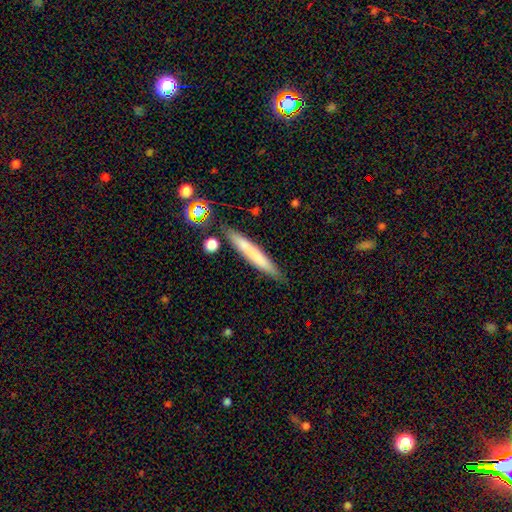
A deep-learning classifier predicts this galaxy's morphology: This appears to be a smooth galaxy with no disk features (66%) that is cigar-shaped (95%). Merging: none (85%).